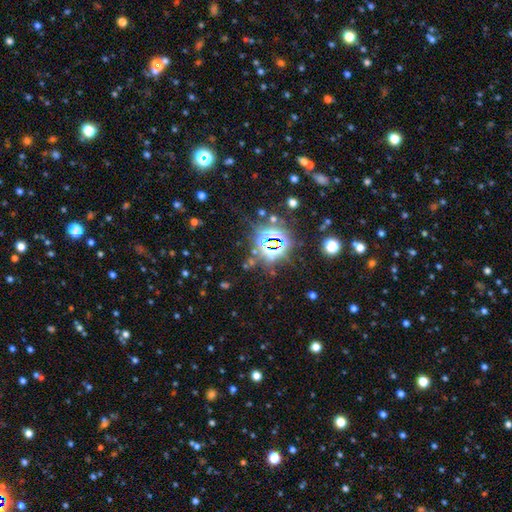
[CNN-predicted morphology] A star or artifact, not a galaxy (81%).